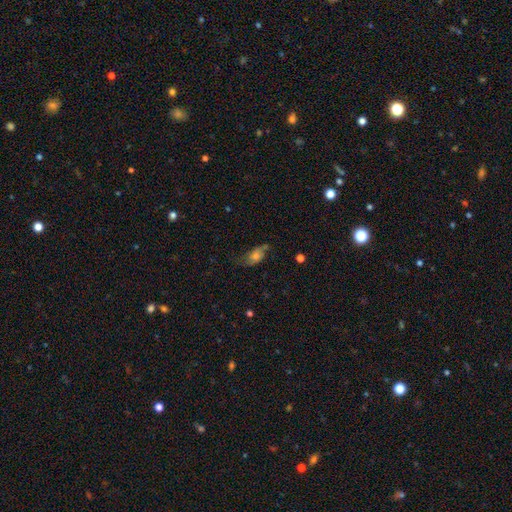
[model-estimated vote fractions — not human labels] Morphology: type=smooth (56%); roundness=in between (83%); merging=none (46%).